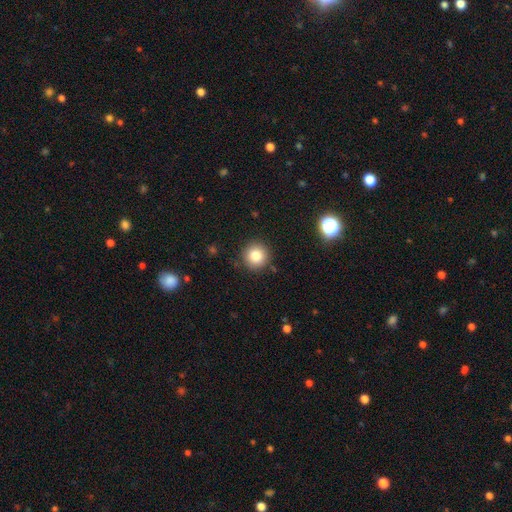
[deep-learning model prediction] smooth_or_featured: smooth (p=0.82) [alt: star or artifact p=0.11]
how_rounded: round (p=0.95) [alt: in between p=0.05]
merging: none (p=0.89) [alt: minor disturbance p=0.07]